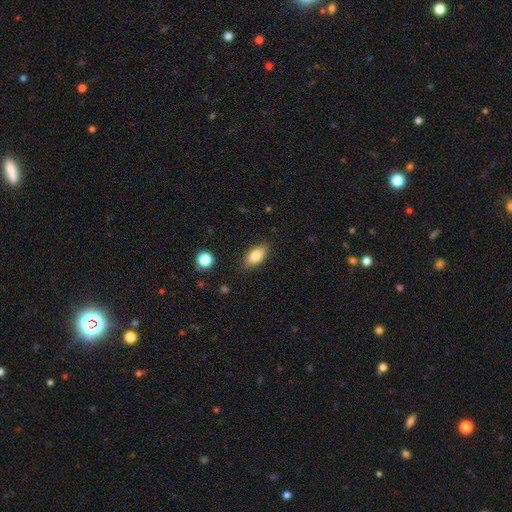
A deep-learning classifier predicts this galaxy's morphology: Smooth or featured? smooth (80%)
How rounded? in between (87%)
Merging? none (85%)